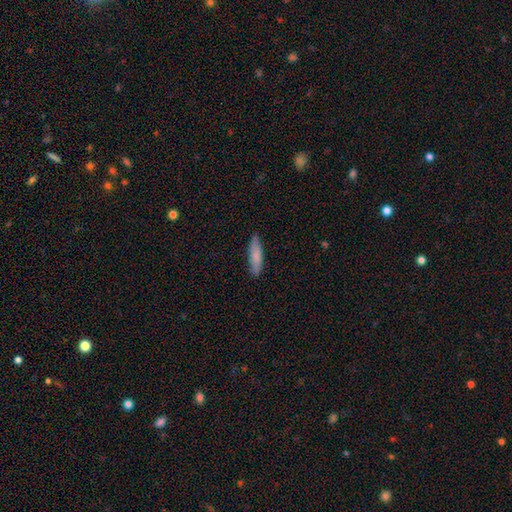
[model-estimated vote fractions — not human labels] The model was most divided on "how rounded": cigar-shaped: 74%, in between: 25%, round: 1%. More confident: merging — none (86%); smooth or featured — smooth (79%).